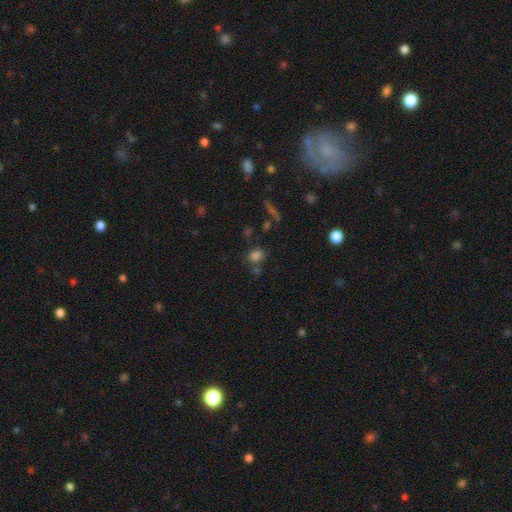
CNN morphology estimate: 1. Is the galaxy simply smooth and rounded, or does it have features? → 77% smooth, 15% star or artifact, 8% featured or disk.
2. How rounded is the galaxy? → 53% in between, 45% round, 2% cigar-shaped.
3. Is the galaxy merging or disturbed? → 64% none, 16% merger, 14% minor disturbance, 6% major disturbance.